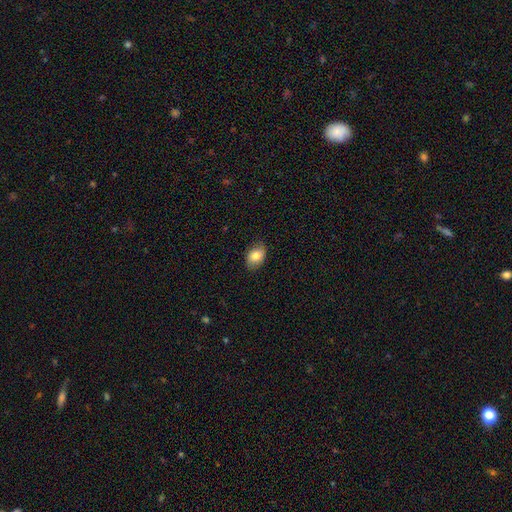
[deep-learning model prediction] The model was most divided on "how rounded": in between: 83%, round: 16%, cigar-shaped: 1%. More confident: merging — none (84%); smooth or featured — smooth (82%).